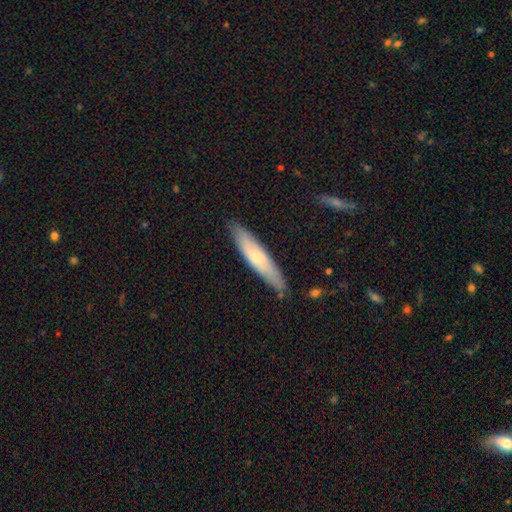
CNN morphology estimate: A smooth galaxy with no disk features (58%) that is cigar-shaped (81%).

Vote fractions:
- Smooth or featured? smooth: 58% / featured or disk: 37% / star or artifact: 5%
- How rounded? cigar-shaped: 81% / in between: 18% / round: 1%
- Merging? none: 84% / minor disturbance: 12% / major disturbance: 2% / merger: 2%